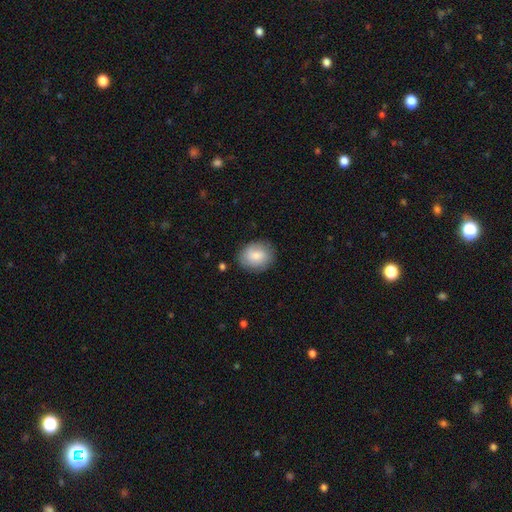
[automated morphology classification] type=smooth (77%); roundness=round (55%); merging=none (82%).